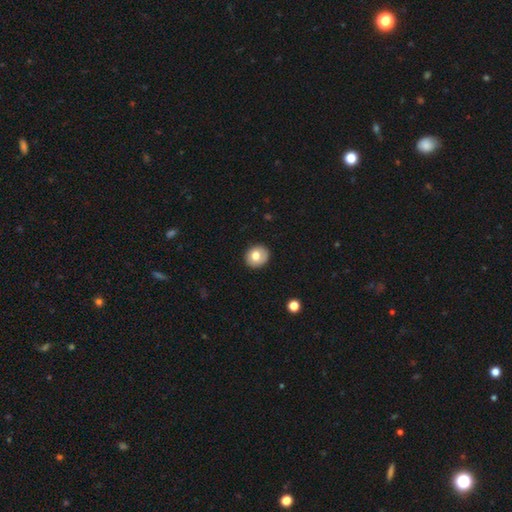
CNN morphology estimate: A smooth galaxy with no disk features (76%) that is round (79%).

Vote fractions:
- Smooth or featured? smooth: 76% / featured or disk: 16% / star or artifact: 8%
- How rounded? round: 79% / in between: 20% / cigar-shaped: 1%
- Merging? none: 89% / minor disturbance: 8% / major disturbance: 2% / merger: 1%